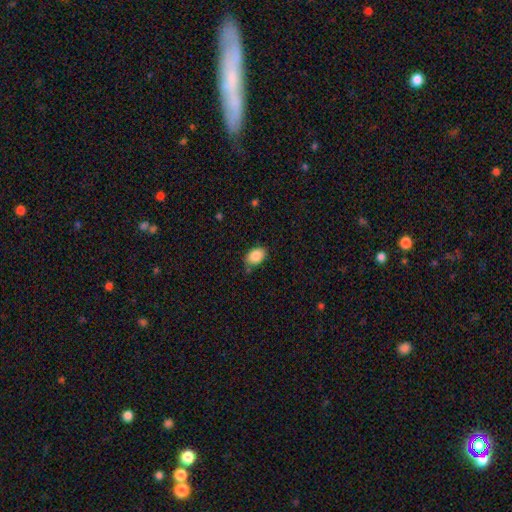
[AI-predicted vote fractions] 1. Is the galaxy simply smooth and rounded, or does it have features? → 87% smooth, 7% star or artifact, 5% featured or disk.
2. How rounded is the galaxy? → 87% in between, 12% round, 1% cigar-shaped.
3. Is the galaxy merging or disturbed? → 75% none, 18% minor disturbance, 4% merger, 4% major disturbance.